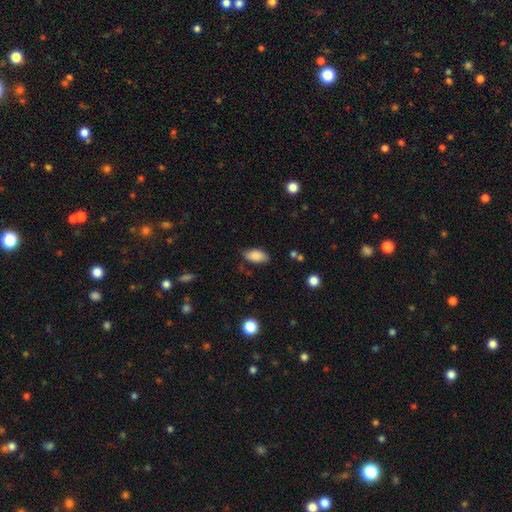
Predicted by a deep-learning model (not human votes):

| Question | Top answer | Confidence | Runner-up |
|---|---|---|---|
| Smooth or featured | smooth | 85% | star or artifact (7%) |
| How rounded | in between | 91% | cigar-shaped (6%) |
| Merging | none | 76% | minor disturbance (18%) |